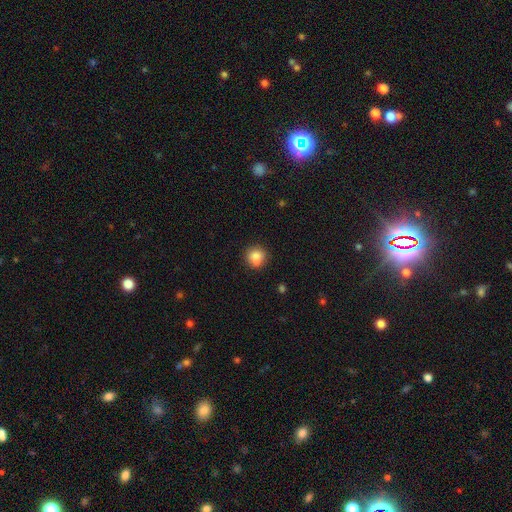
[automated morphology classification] The model was most divided on "merging": none: 53%, merger: 32%, minor disturbance: 11%, major disturbance: 3%. More confident: how rounded — round (84%); smooth or featured — smooth (75%).